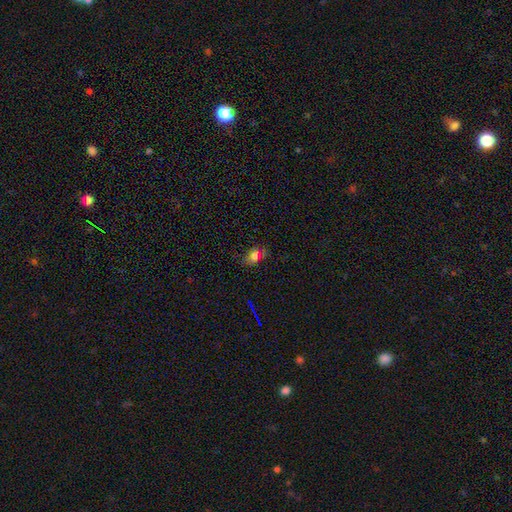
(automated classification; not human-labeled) Q: Smooth or featured?
A: smooth (67%); runner-up: star or artifact (20%)
Q: How rounded?
A: in between (80%); runner-up: round (18%)
Q: Merging?
A: none (72%); runner-up: minor disturbance (20%)